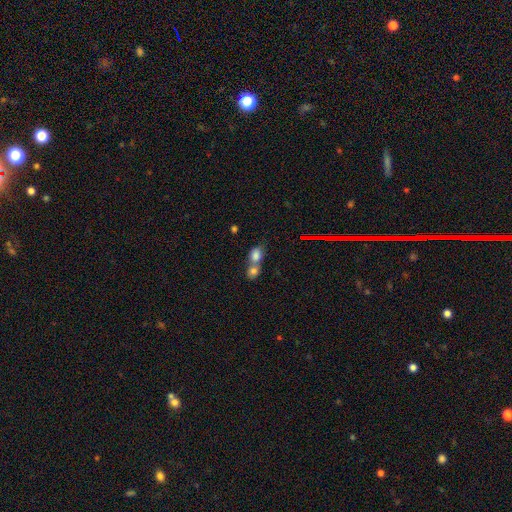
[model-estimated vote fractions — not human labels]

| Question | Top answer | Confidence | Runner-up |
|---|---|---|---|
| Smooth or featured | smooth | 78% | featured or disk (12%) |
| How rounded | in between | 61% | round (35%) |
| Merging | merger | 68% | none (22%) |